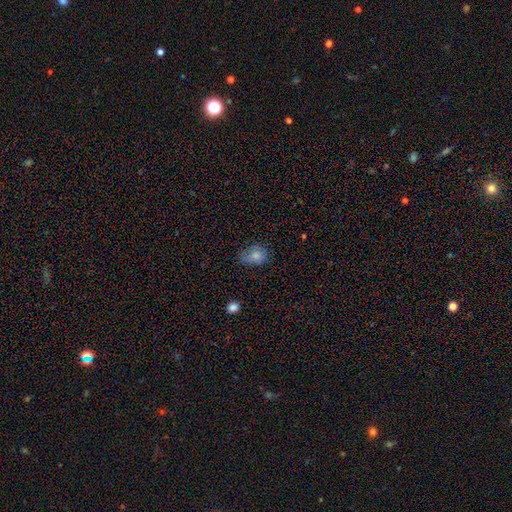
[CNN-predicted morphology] Smooth or featured: smooth — 80% (star or artifact — 11%)
How rounded: in between — 57% (round — 42%)
Merging: none — 54% (minor disturbance — 32%)